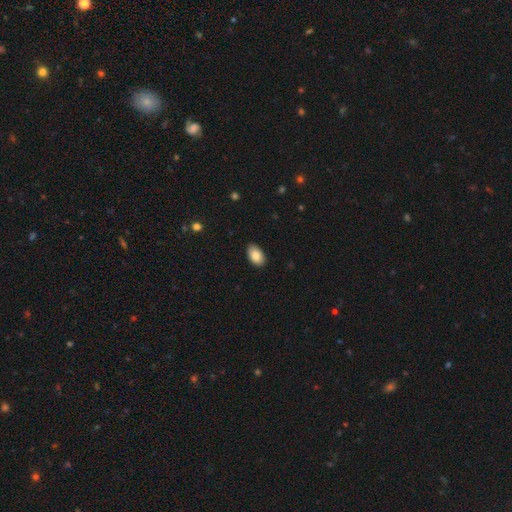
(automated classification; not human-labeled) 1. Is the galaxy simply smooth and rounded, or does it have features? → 86% smooth, 7% star or artifact, 7% featured or disk.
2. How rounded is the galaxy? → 92% in between, 6% round, 1% cigar-shaped.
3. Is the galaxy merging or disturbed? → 86% none, 11% minor disturbance, 2% major disturbance, 1% merger.